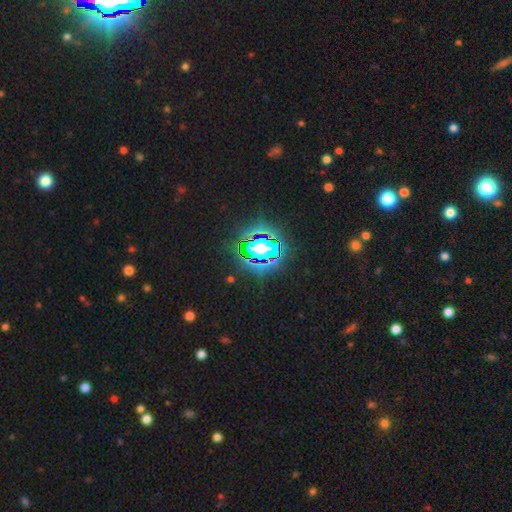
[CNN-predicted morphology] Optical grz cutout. It shows a star or artifact, not a galaxy (83%).